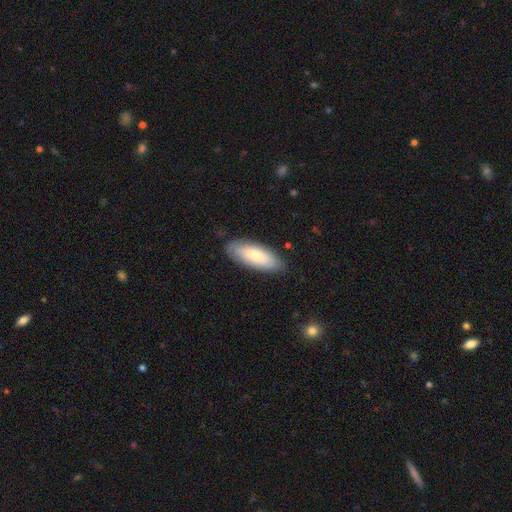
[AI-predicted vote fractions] Overall: smooth (77%). How rounded: in between (76%). Merging: none (83%).